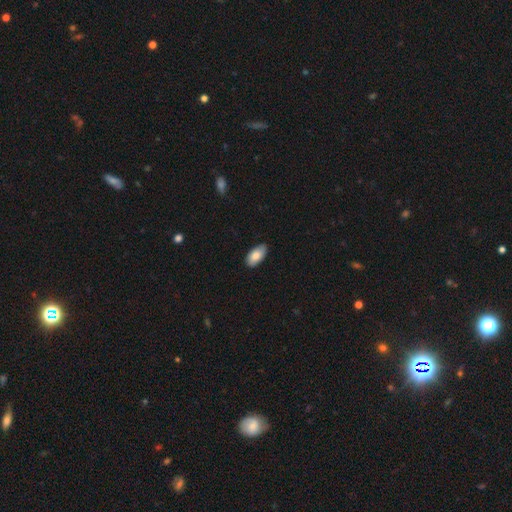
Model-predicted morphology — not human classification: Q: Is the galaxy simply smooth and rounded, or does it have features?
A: smooth — 82%.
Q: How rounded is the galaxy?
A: in between — 95%.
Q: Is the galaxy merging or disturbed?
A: none — 81%.